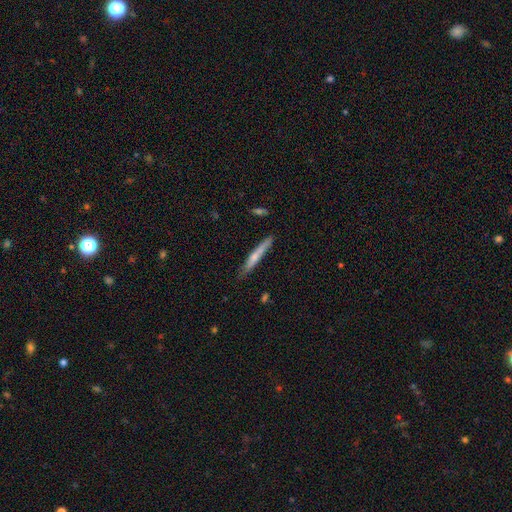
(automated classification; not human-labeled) Smooth or featured? smooth (58%)
How rounded? cigar-shaped (94%)
Merging? none (79%)